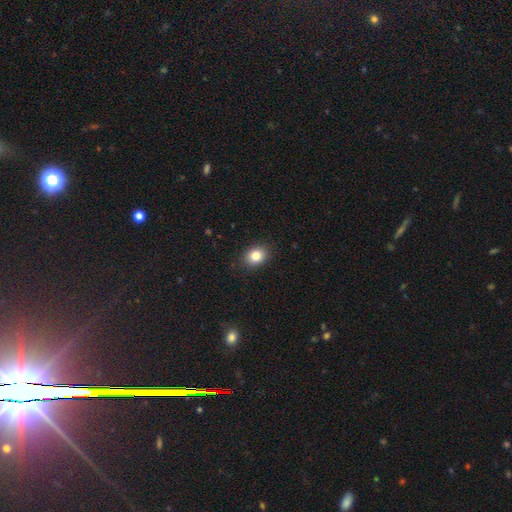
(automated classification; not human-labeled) Overall: smooth (83%). How rounded: in between (56%; round 43%). Merging: none (88%).